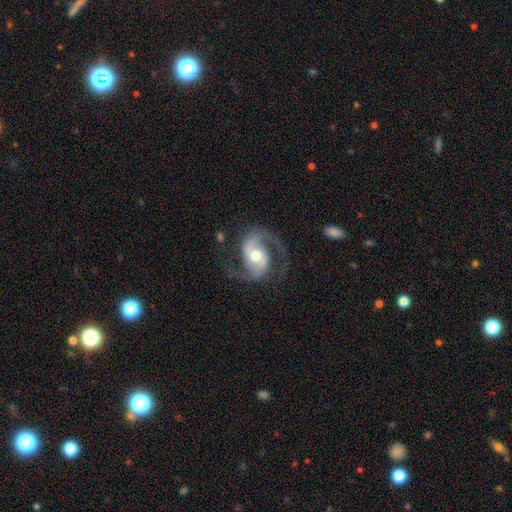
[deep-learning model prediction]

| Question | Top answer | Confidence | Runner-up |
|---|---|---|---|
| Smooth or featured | featured or disk | 91% | smooth (5%) |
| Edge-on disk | no | 98% | yes (2%) |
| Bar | no | 41% | weak (39%) |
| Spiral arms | yes | 98% | no (2%) |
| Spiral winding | medium | 58% | loose (28%) |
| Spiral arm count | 2 | 92% | 1 (3%) |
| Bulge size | moderate | 71% | small (19%) |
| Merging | none | 75% | minor disturbance (14%) |